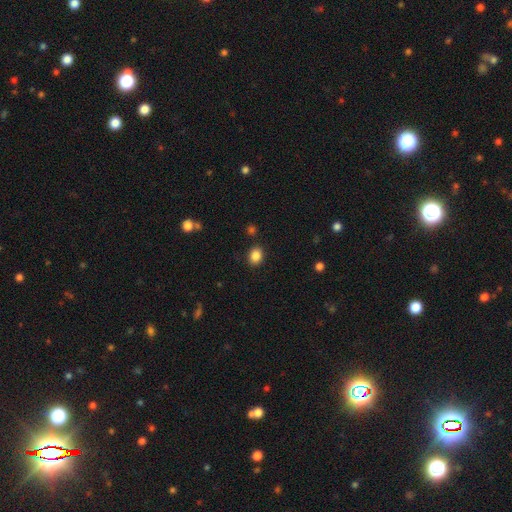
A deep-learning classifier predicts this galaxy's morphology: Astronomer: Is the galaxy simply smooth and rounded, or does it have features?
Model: smooth — 86%.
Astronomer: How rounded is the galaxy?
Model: round — 51% (runner-up: in between, 48%).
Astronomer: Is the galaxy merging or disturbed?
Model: none — 87%.